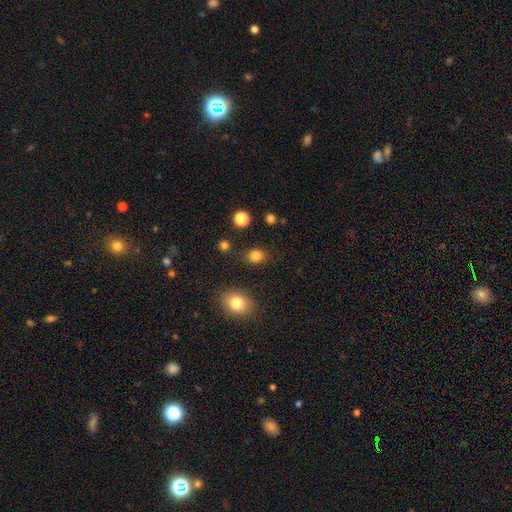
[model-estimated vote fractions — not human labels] smooth 83%, star or artifact 12%, featured or disk 5%. Down the decision tree: how rounded — round (56%); merging — none (85%).